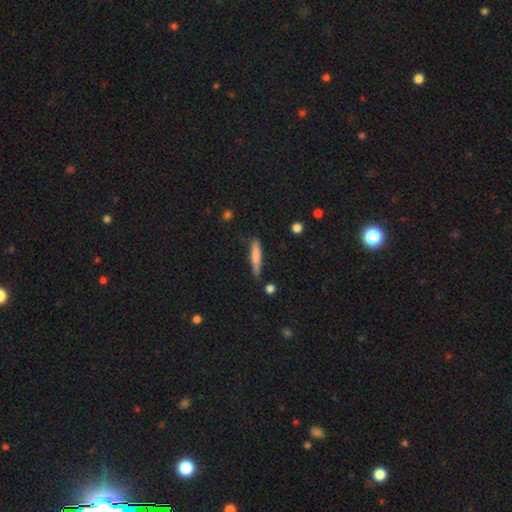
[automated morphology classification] type=smooth (73%); roundness=cigar-shaped (89%); merging=none (72%).